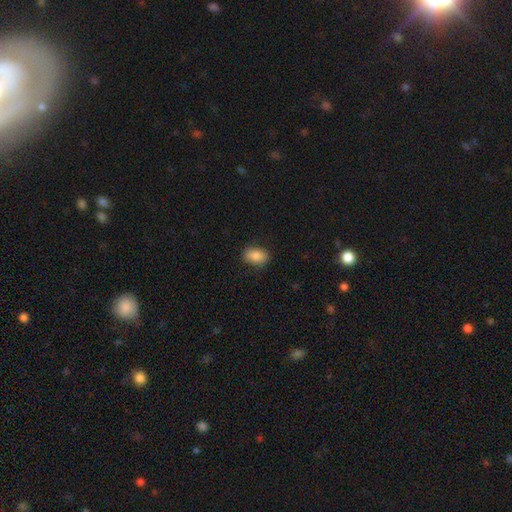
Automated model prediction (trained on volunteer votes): A smooth galaxy with no disk features (84%) that is in between round and cigar-shaped (84%).

Vote fractions:
- Smooth or featured? smooth: 84% / featured or disk: 8% / star or artifact: 8%
- How rounded? in between: 84% / round: 15% / cigar-shaped: 2%
- Merging? none: 84% / minor disturbance: 13% / major disturbance: 3% / merger: 1%